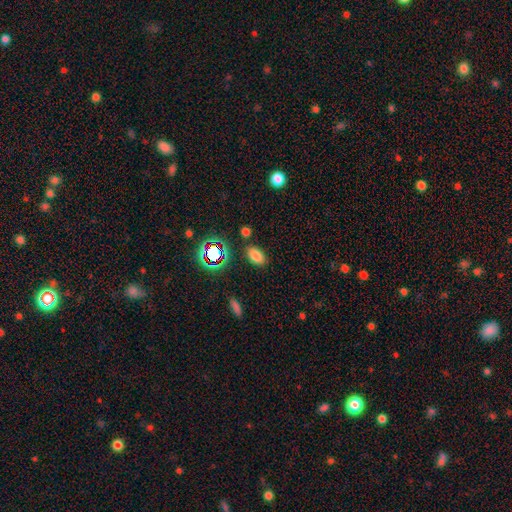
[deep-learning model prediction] This is likely a smooth galaxy (76%). How rounded: clearly in between (89%). Merging: clearly none (84%).